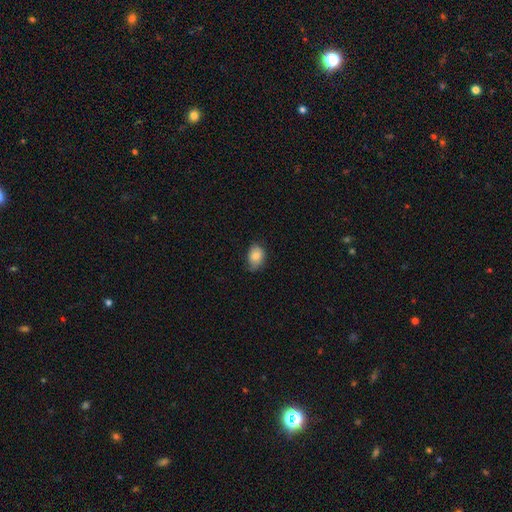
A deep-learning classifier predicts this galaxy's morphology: A smooth galaxy with no disk features (81%) that is in between round and cigar-shaped (73%).

Vote fractions:
- Smooth or featured? smooth: 81% / featured or disk: 11% / star or artifact: 8%
- How rounded? in between: 73% / round: 26% / cigar-shaped: 1%
- Merging? none: 61% / minor disturbance: 32% / major disturbance: 6% / merger: 1%